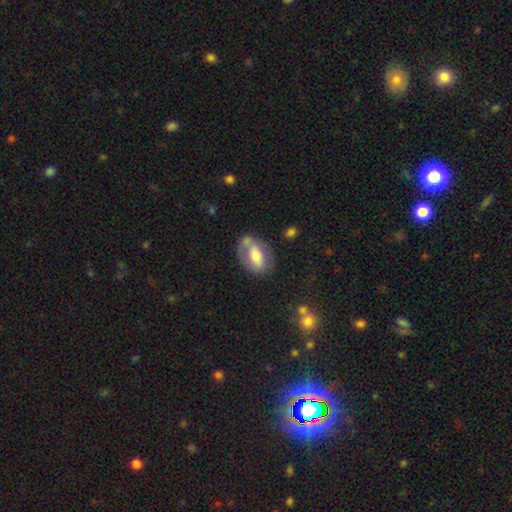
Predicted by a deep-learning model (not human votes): Smooth or featured?
  - smooth: 50% *
  - featured or disk: 43%
  - star or artifact: 7%
How rounded?
  - in between: 84% *
  - round: 12%
  - cigar-shaped: 3%
Merging?
  - none: 55% *
  - minor disturbance: 23%
  - major disturbance: 11%
  - merger: 11%